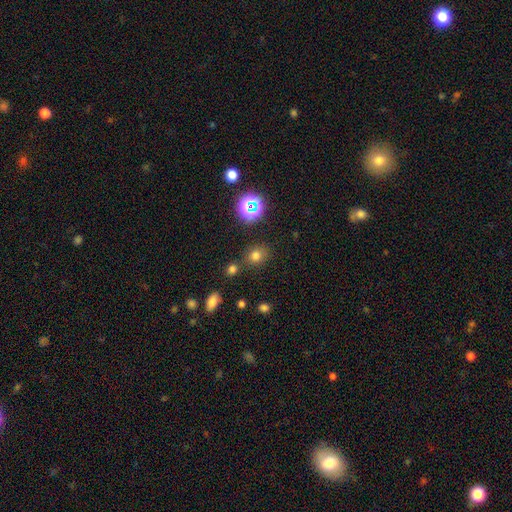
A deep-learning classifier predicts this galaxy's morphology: smooth 70%, star or artifact 22%, featured or disk 7%. Down the decision tree: how rounded — round (66%); merging — none (78%).